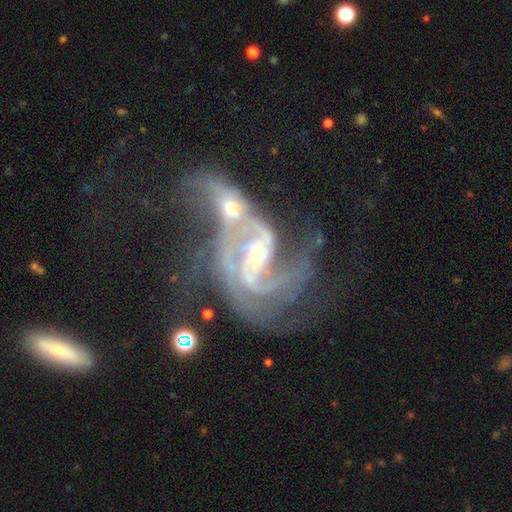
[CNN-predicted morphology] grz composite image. It shows a featured or disk galaxy (90%) with no bar (40%), 2 (48%) medium (49%) spiral arms (96%) and a small central bulge (60%). Merging: merger (66%).